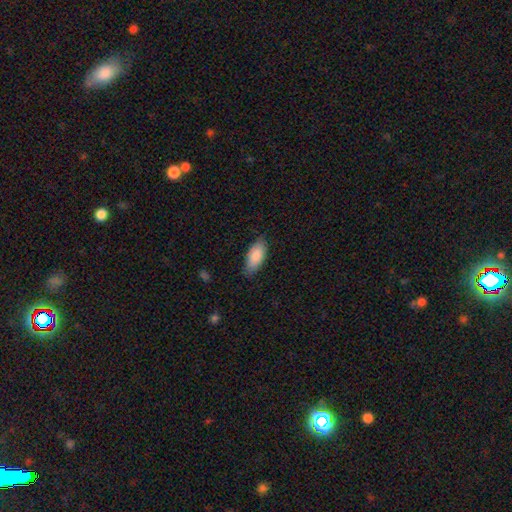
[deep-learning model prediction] smooth 86%, featured or disk 9%, star or artifact 6%. Down the decision tree: how rounded — in between (86%); merging — none (80%).